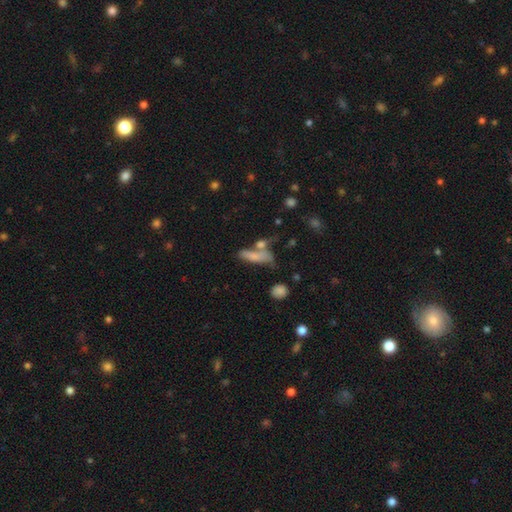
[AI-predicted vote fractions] This is likely a smooth galaxy (68%). How rounded: possibly cigar-shaped (59%). Merging: marginally none (45%).